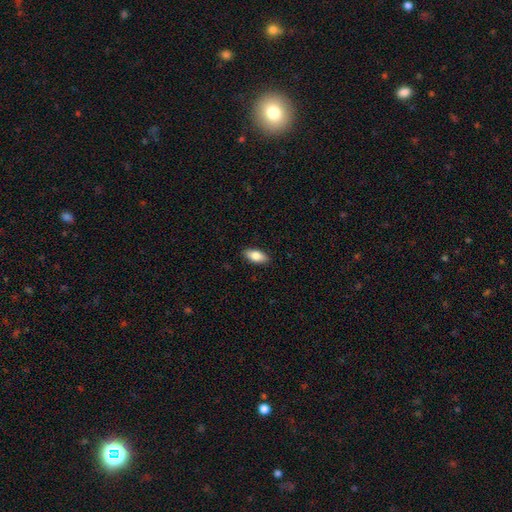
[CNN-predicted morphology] Smooth or featured? smooth (81%)
How rounded? in between (87%)
Merging? none (89%)